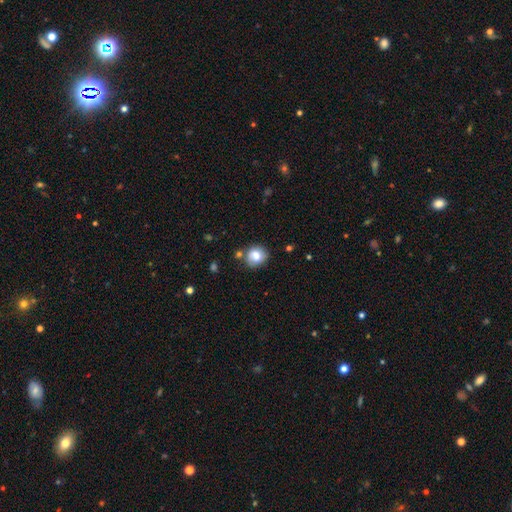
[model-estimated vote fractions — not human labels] A smooth galaxy with no disk features (78%) that is round (77%).

Vote fractions:
- Smooth or featured? smooth: 78% / featured or disk: 13% / star or artifact: 9%
- How rounded? round: 77% / in between: 22% / cigar-shaped: 1%
- Merging? none: 74% / minor disturbance: 15% / merger: 8% / major disturbance: 4%